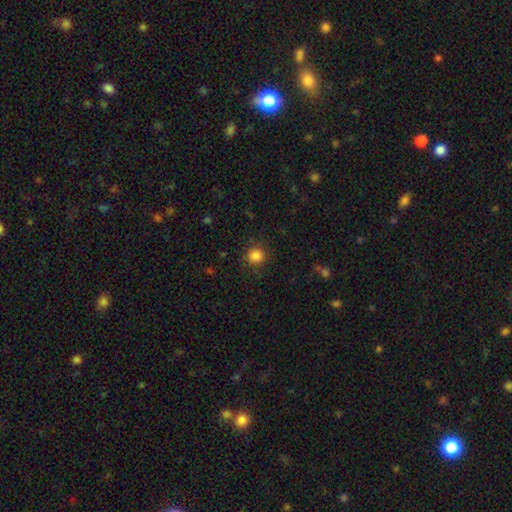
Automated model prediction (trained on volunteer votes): Overall: smooth (85%). How rounded: round (89%). Merging: none (87%).